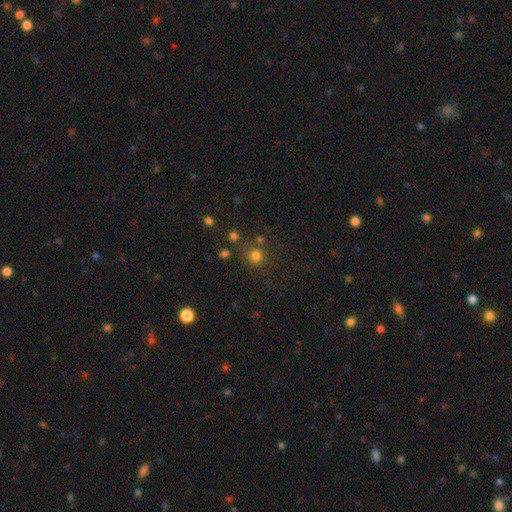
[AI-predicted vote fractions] Smooth or featured?
  - smooth: 77% *
  - star or artifact: 17%
  - featured or disk: 6%
How rounded?
  - round: 92% *
  - in between: 7%
  - cigar-shaped: 1%
Merging?
  - none: 76% *
  - merger: 11%
  - minor disturbance: 10%
  - major disturbance: 4%